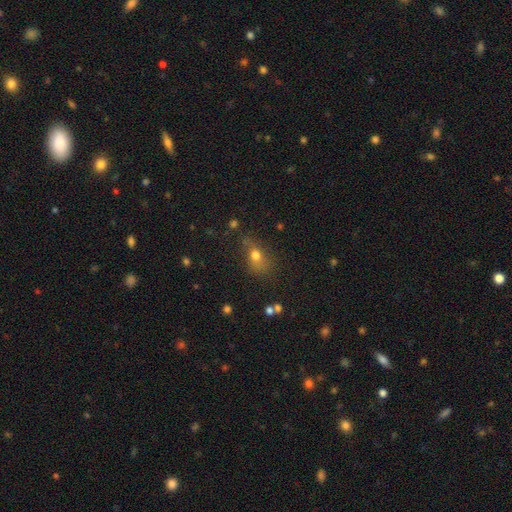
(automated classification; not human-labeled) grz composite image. It shows a smooth galaxy with no disk features (71%) that is in between round and cigar-shaped (60%). Merging: none (52%).